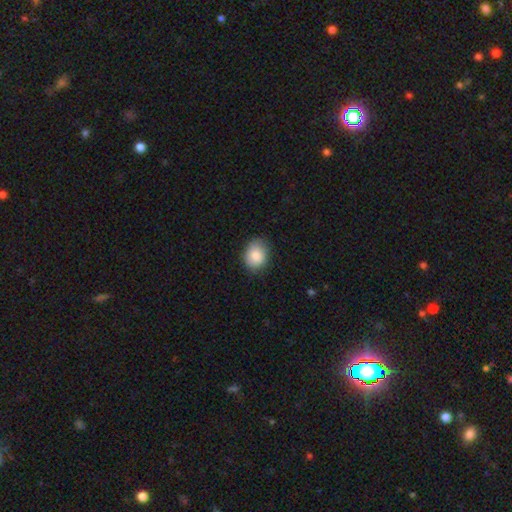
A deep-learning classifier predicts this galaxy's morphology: smooth-or-featured: smooth: 87% | star or artifact: 8% | featured or disk: 6%
  how-rounded: round: 54% | in between: 45% | cigar-shaped: 1%
  merging: none: 79% | minor disturbance: 17% | major disturbance: 3% | merger: 1%